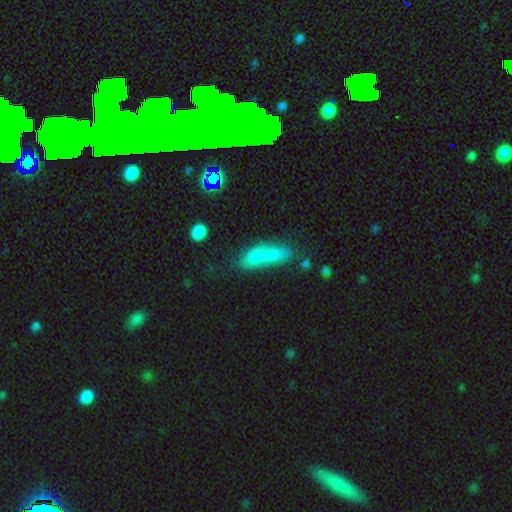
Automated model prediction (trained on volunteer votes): A smooth galaxy with no disk features (65%) that is in between round and cigar-shaped (68%).

Vote fractions:
- Smooth or featured? smooth: 65% / featured or disk: 23% / star or artifact: 11%
- How rounded? in between: 68% / cigar-shaped: 21% / round: 12%
- Merging? merger: 67% / none: 21% / minor disturbance: 7% / major disturbance: 5%